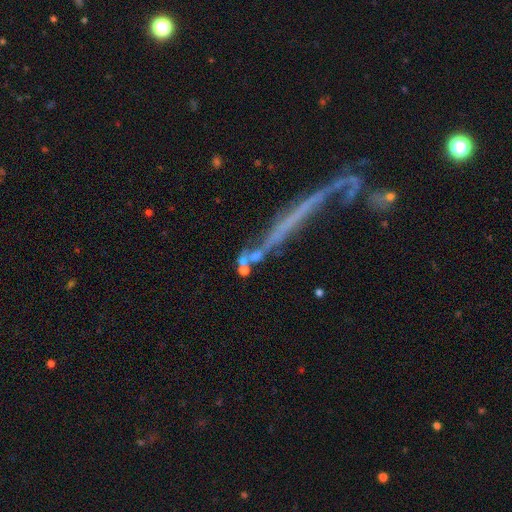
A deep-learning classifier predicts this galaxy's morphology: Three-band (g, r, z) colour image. It shows a smooth galaxy with no disk features (38%). Merging: none (52%).